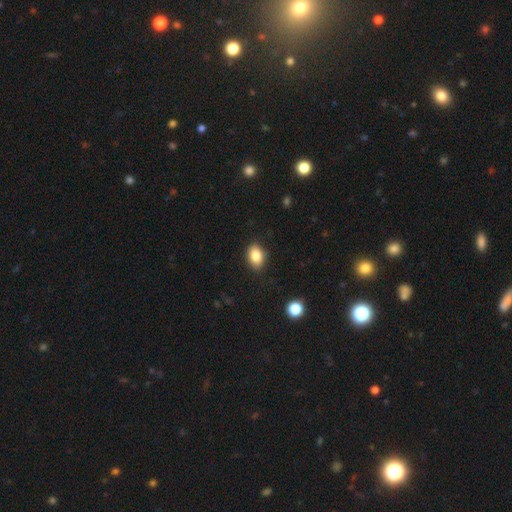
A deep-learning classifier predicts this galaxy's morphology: Smooth or featured: smooth — 85% (star or artifact — 9%)
How rounded: in between — 82% (round — 17%)
Merging: none — 86% (minor disturbance — 11%)